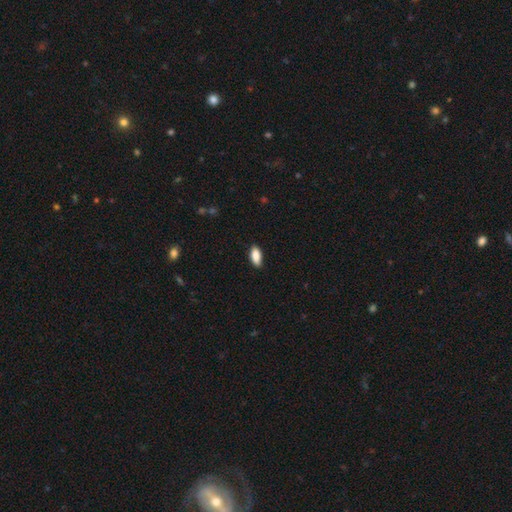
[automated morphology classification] smooth-or-featured: smooth: 87% | star or artifact: 7% | featured or disk: 6%
  how-rounded: in between: 86% | cigar-shaped: 11% | round: 2%
  merging: none: 82% | minor disturbance: 14% | major disturbance: 2% | merger: 1%